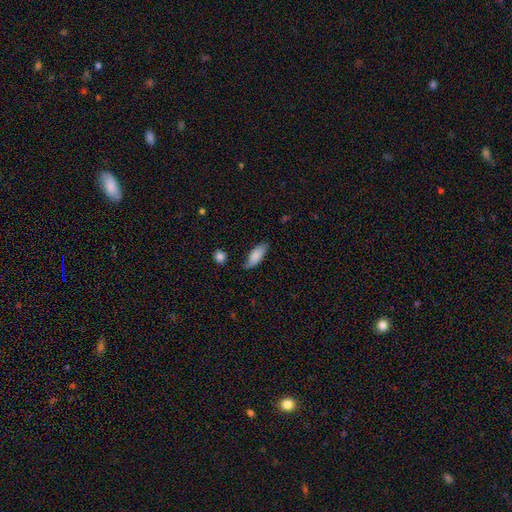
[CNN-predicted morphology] smooth 81%, featured or disk 12%, star or artifact 7%. Down the decision tree: how rounded — in between (80%); merging — none (69%).